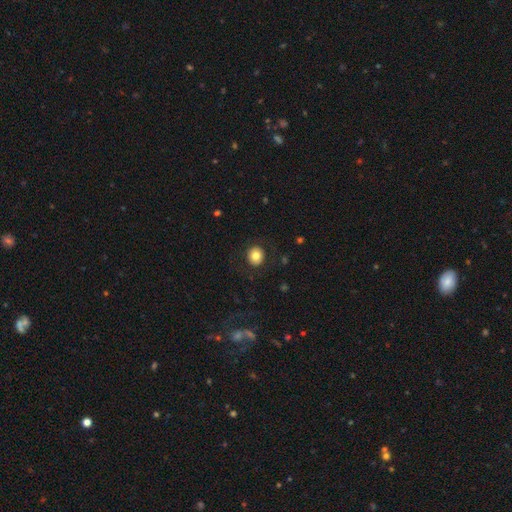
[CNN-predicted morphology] smooth 80%, featured or disk 11%, star or artifact 9%. Down the decision tree: how rounded — round (82%); merging — none (87%).